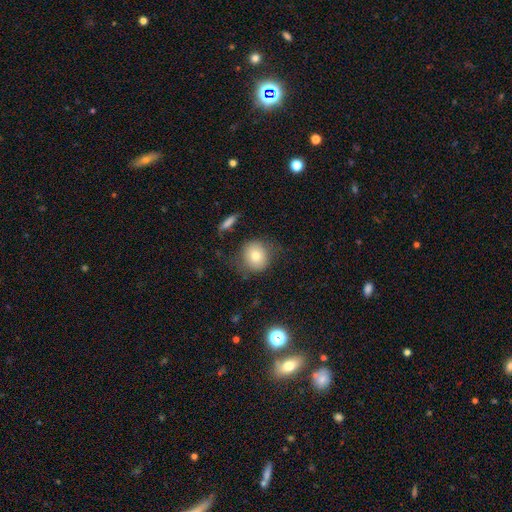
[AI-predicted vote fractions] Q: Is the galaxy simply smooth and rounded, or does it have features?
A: smooth — 73%.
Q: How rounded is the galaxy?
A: round — 83%.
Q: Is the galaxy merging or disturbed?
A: none — 72%.